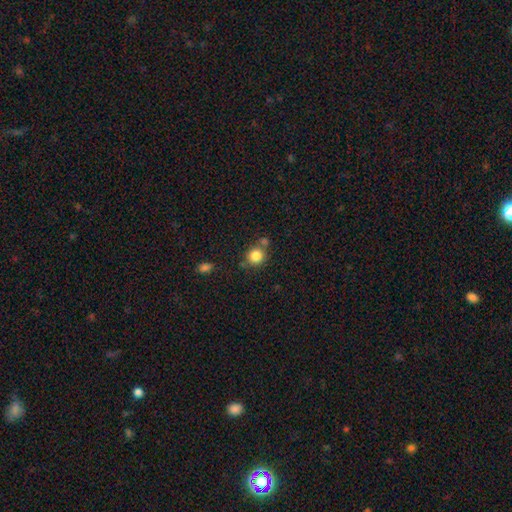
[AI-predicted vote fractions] smooth-or-featured: smooth: 84% | star or artifact: 10% | featured or disk: 6%
  how-rounded: round: 86% | in between: 13% | cigar-shaped: 1%
  merging: none: 65% | merger: 19% | minor disturbance: 12% | major disturbance: 4%